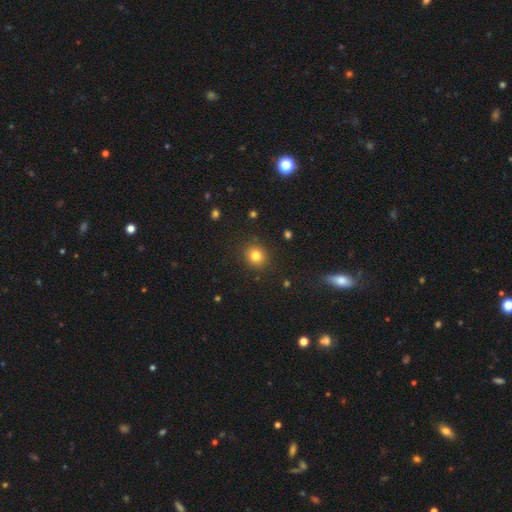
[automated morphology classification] This is clearly a smooth galaxy (82%). How rounded: clearly round (84%). Merging: clearly none (90%).